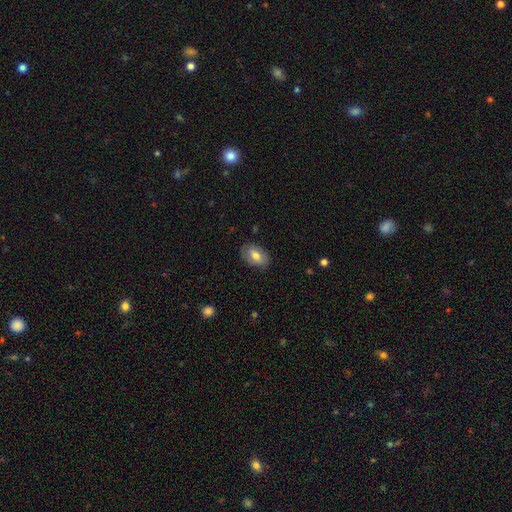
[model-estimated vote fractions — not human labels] Morphology: type=smooth (71%); roundness=in between (91%); merging=none (82%).